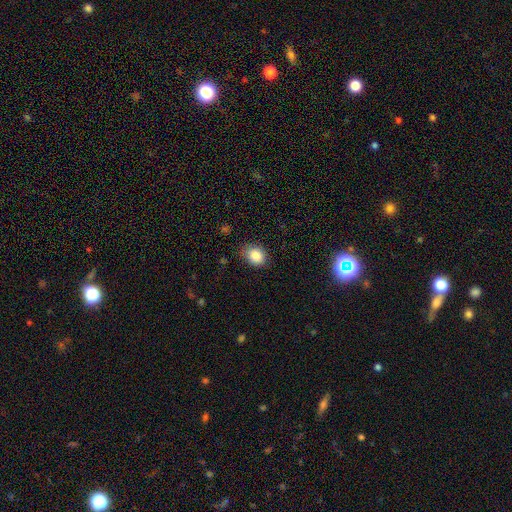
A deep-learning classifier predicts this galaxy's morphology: A smooth galaxy with no disk features (85%) that is in between round and cigar-shaped (55%).

Vote fractions:
- Smooth or featured? smooth: 85% / star or artifact: 9% / featured or disk: 6%
- How rounded? in between: 55% / round: 44% / cigar-shaped: 1%
- Merging? none: 79% / minor disturbance: 17% / major disturbance: 3% / merger: 1%